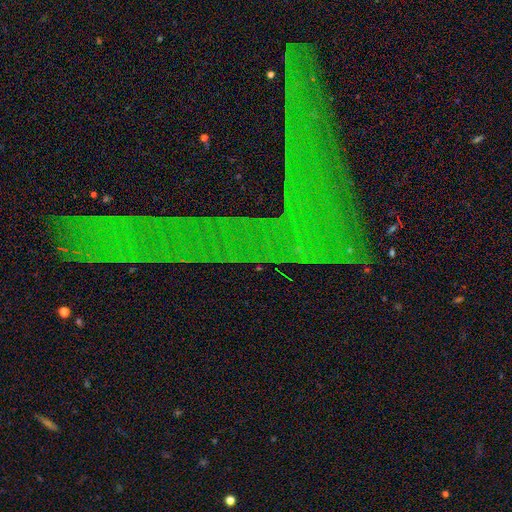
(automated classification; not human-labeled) smooth_or_featured: star or artifact (p=0.79) [alt: featured or disk p=0.12]